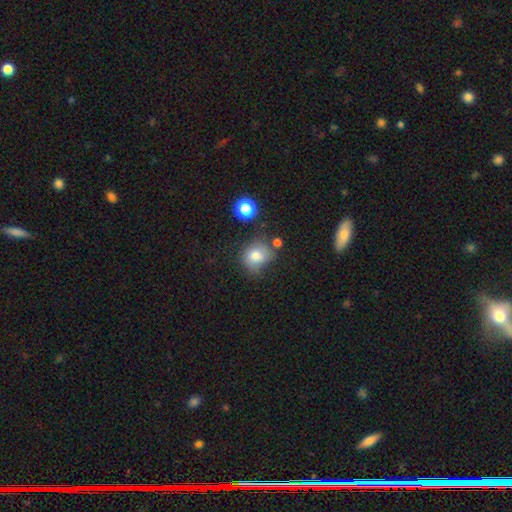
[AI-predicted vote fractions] Q: Smooth or featured?
A: smooth (77%); runner-up: star or artifact (12%)
Q: How rounded?
A: round (68%); runner-up: in between (31%)
Q: Merging?
A: none (55%); runner-up: minor disturbance (27%)